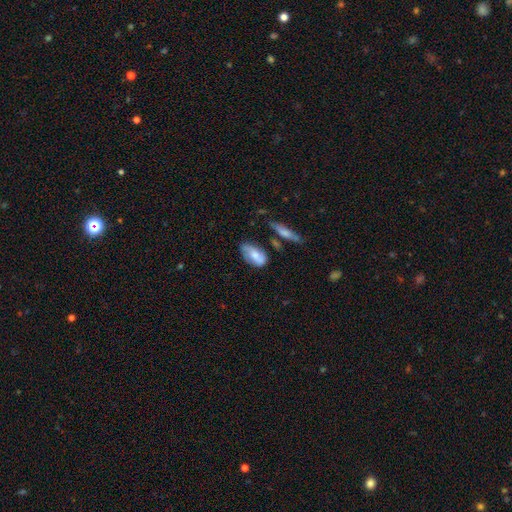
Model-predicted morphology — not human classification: This appears to be a smooth galaxy with no disk features (58%) that is in between round and cigar-shaped (89%). Merging: none (61%).